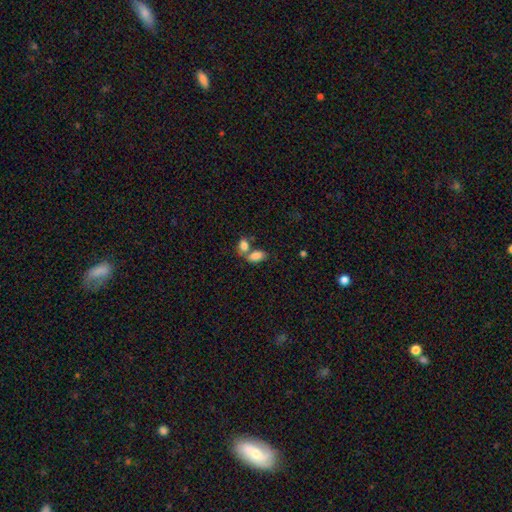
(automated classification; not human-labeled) Q: Smooth or featured?
A: smooth (83%); runner-up: featured or disk (9%)
Q: How rounded?
A: in between (91%); runner-up: round (5%)
Q: Merging?
A: merger (44%); runner-up: none (42%)